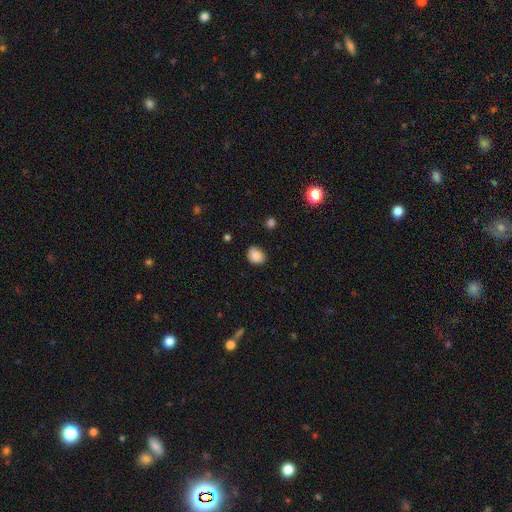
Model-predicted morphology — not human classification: smooth 85%, star or artifact 9%, featured or disk 6%. Down the decision tree: how rounded — round (54%); merging — none (76%).